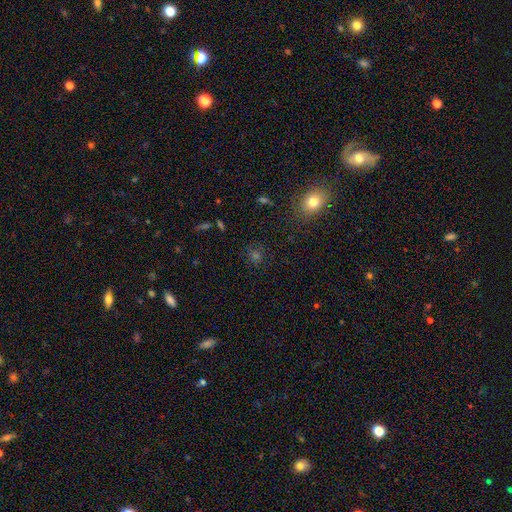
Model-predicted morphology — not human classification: Smooth or featured? Predicted: smooth (p=0.56). How rounded? Predicted: round (p=0.82). Merging? Predicted: none (p=0.85).